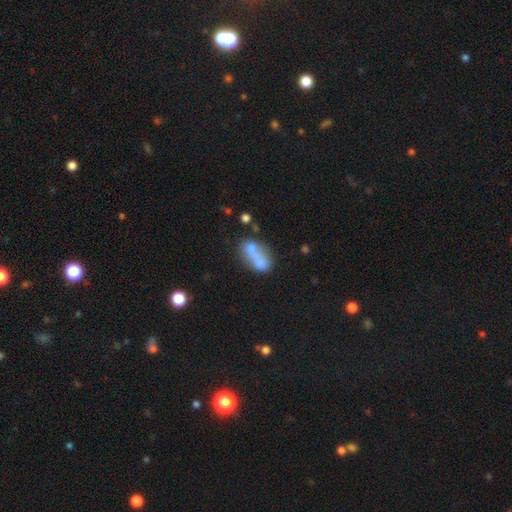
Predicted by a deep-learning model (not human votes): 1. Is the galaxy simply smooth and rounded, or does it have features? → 64% smooth, 26% featured or disk, 11% star or artifact.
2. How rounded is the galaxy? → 78% in between, 13% cigar-shaped, 8% round.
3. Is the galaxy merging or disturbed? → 41% merger, 31% none, 16% minor disturbance, 12% major disturbance.